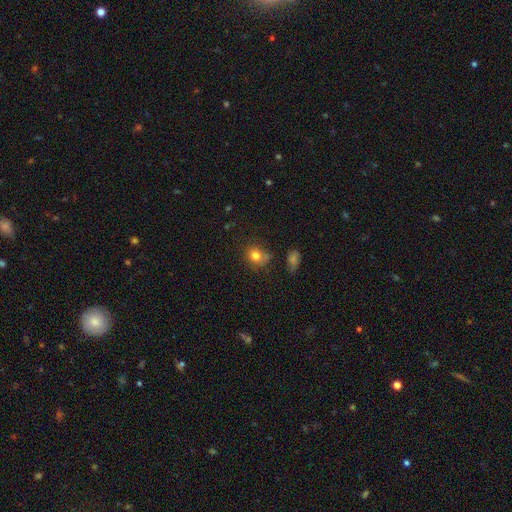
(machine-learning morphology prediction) Smooth or featured?
  - smooth: 79% *
  - star or artifact: 12%
  - featured or disk: 9%
How rounded?
  - round: 72% *
  - in between: 27%
  - cigar-shaped: 1%
Merging?
  - none: 65% *
  - minor disturbance: 21%
  - major disturbance: 8%
  - merger: 6%